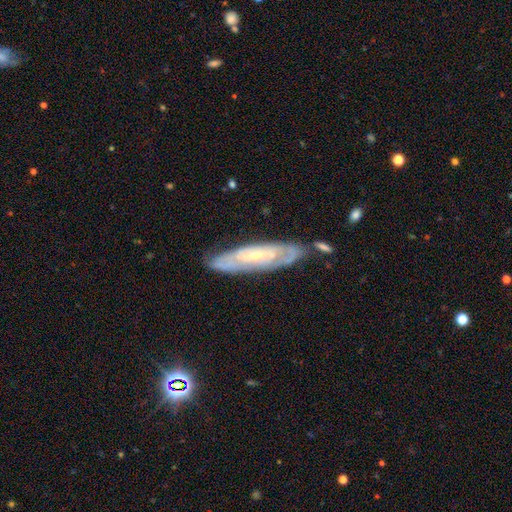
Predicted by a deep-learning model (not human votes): Smooth or featured: featured or disk — 75% (smooth — 19%)
Edge-on disk: no — 73% (yes — 27%)
Bar: no — 42% (weak — 39%)
Spiral arms: yes — 79% (no — 21%)
Bulge size: small — 68% (moderate — 27%)
Merging: none — 75% (minor disturbance — 17%)